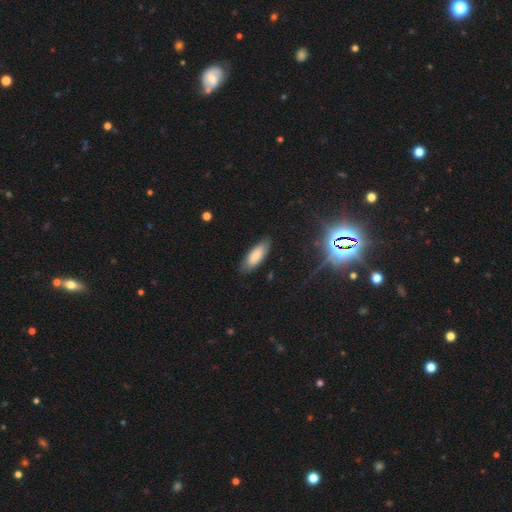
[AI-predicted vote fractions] smooth_or_featured: smooth (p=0.81) [alt: featured or disk p=0.12]
how_rounded: in between (p=0.70) [alt: cigar-shaped p=0.29]
merging: none (p=0.81) [alt: minor disturbance p=0.15]